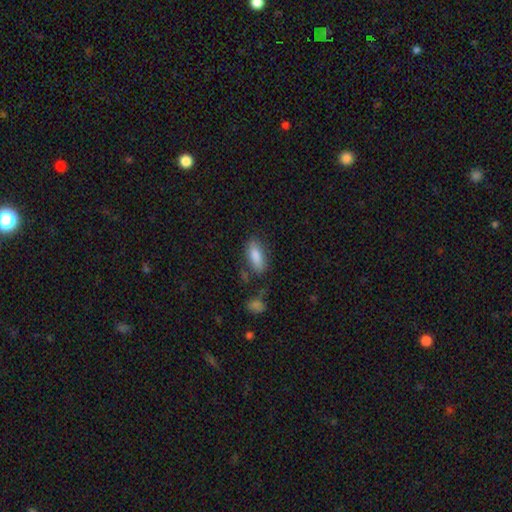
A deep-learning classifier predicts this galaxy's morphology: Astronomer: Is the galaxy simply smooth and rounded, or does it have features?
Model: smooth — 82%.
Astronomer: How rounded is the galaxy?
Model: in between — 73%.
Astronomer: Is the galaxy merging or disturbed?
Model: none — 72%.